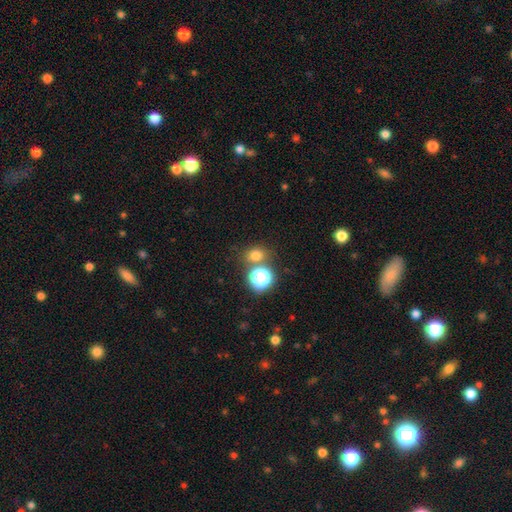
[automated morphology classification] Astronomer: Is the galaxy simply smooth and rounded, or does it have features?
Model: smooth — 71%.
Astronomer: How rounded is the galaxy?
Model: round — 68%.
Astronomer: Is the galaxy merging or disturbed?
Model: none — 70%.